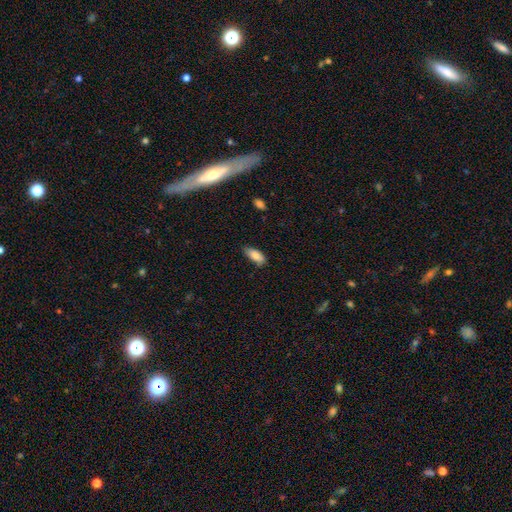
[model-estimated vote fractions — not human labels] smooth_or_featured: smooth (p=0.84) [alt: featured or disk p=0.09]
how_rounded: in between (p=0.85) [alt: cigar-shaped p=0.12]
merging: none (p=0.73) [alt: minor disturbance p=0.23]